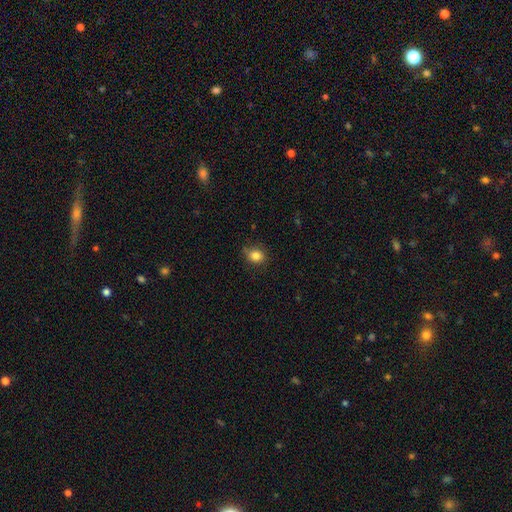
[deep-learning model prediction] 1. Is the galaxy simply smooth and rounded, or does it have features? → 83% smooth, 11% star or artifact, 6% featured or disk.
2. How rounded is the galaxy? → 56% round, 42% in between, 1% cigar-shaped.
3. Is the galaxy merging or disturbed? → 71% none, 23% minor disturbance, 5% major disturbance, 1% merger.